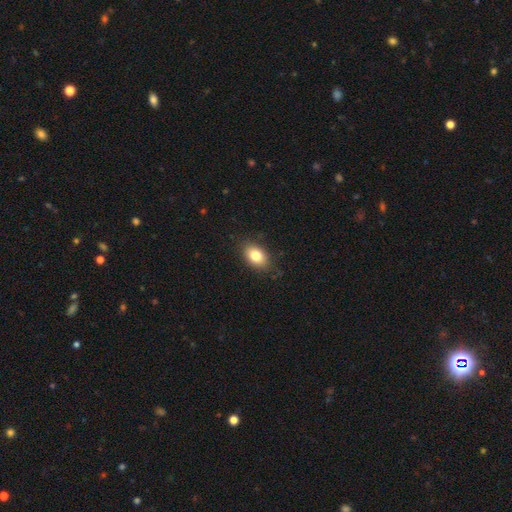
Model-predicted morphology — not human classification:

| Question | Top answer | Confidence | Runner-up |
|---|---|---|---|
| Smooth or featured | smooth | 81% | featured or disk (11%) |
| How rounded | in between | 83% | round (16%) |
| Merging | none | 83% | minor disturbance (13%) |